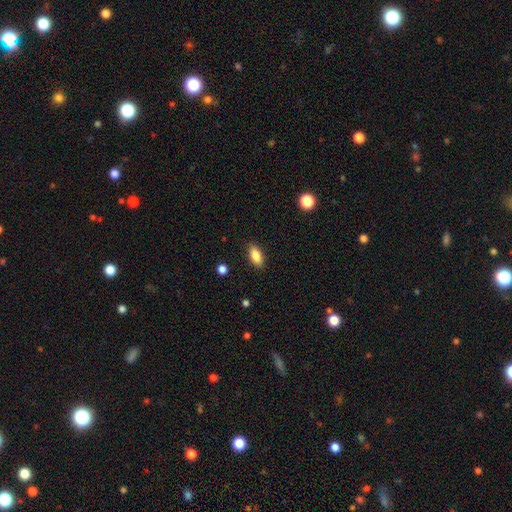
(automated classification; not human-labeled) This appears to be a smooth galaxy with no disk features (88%) that is in between round and cigar-shaped (89%). Merging: none (85%).